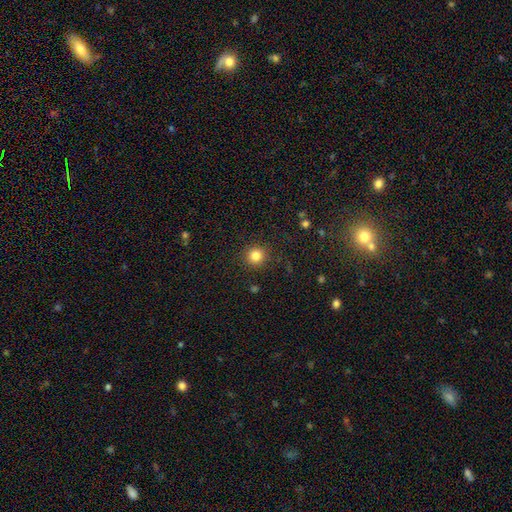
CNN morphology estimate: Smooth or featured: smooth — 83% (star or artifact — 12%)
How rounded: round — 94% (in between — 6%)
Merging: none — 90% (minor disturbance — 6%)